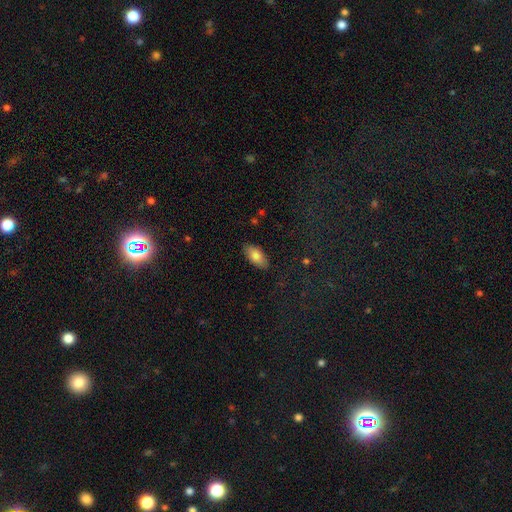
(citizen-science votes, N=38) Smooth or featured: smooth — 82% (featured or disk — 11%)
How rounded: in between — 87% (round — 6%)
Merging: none — 91% (minor disturbance — 9%)